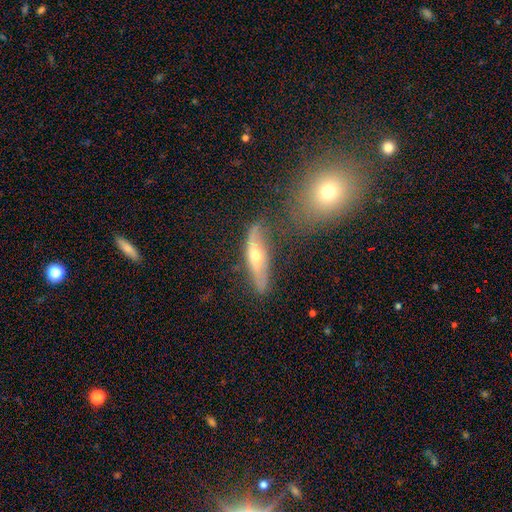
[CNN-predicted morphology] Smooth or featured? featured or disk (57%)
Edge-on disk? yes (60%)
Merging? none (63%)